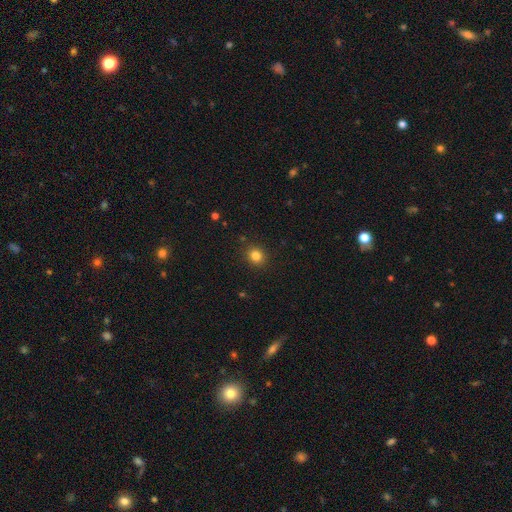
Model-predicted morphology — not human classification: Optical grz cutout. It shows a smooth galaxy with no disk features (82%) that is round (80%). Merging: none (89%).